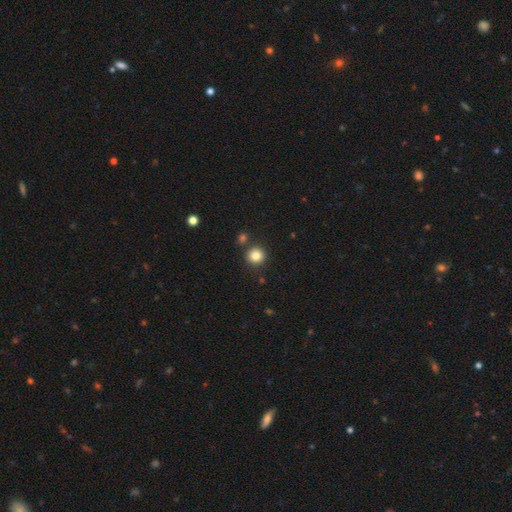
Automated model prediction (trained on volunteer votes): Smooth or featured: smooth — 83% (star or artifact — 11%)
How rounded: round — 92% (in between — 7%)
Merging: none — 83% (merger — 7%)